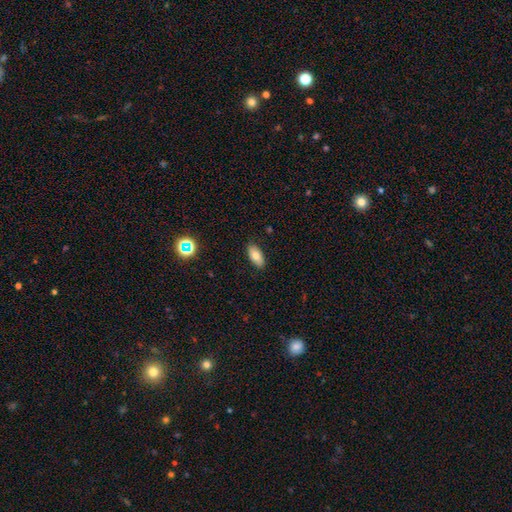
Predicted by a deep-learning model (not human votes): smooth 73%, featured or disk 19%, star or artifact 8%. Down the decision tree: how rounded — in between (89%); merging — none (88%).